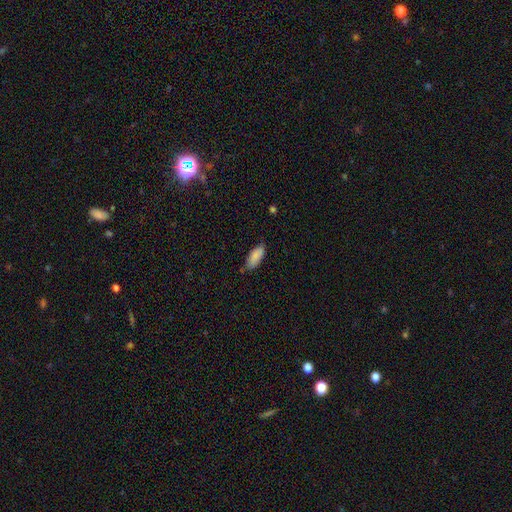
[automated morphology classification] The model was most divided on "merging": none: 66%, minor disturbance: 27%, major disturbance: 4%, merger: 2%. More confident: smooth or featured — smooth (87%); how rounded — in between (80%).